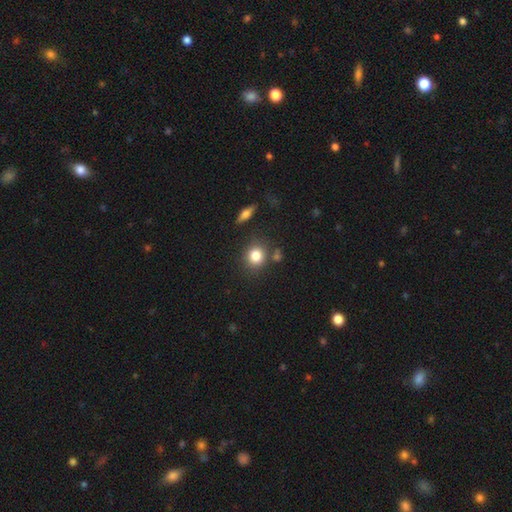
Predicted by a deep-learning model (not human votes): Smooth or featured? smooth (82%)
How rounded? round (79%)
Merging? none (77%)